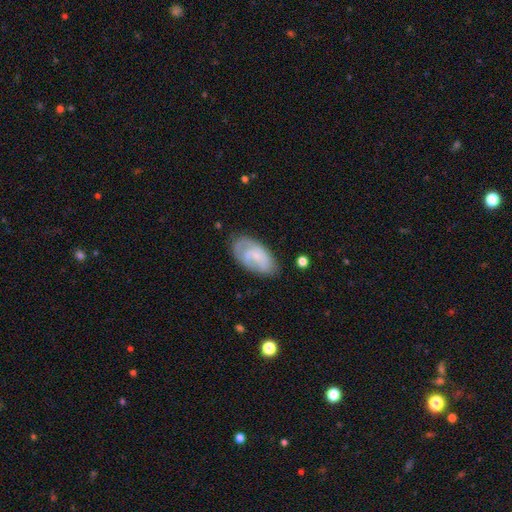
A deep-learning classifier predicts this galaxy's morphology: type=featured or disk (61%); edge-on=no (95%); bar=no (64%); spiral arms=yes (84%); bulge=small (61%); merging=none (67%).